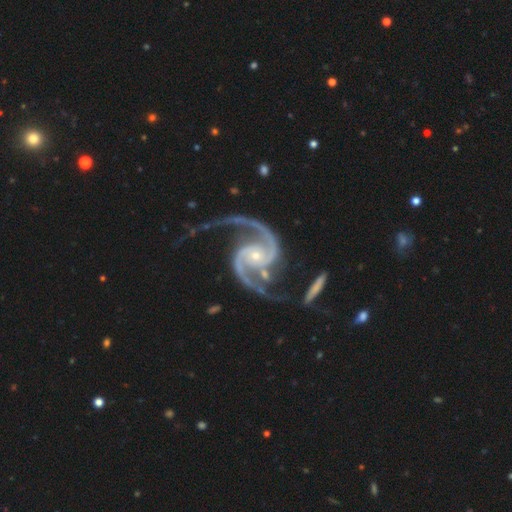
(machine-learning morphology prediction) Smooth or featured: featured or disk — 95% (star or artifact — 4%)
Edge-on disk: no — 98% (yes — 2%)
Bar: no — 62% (weak — 26%)
Spiral arms: yes — 99% (no — 1%)
Spiral winding: medium — 62% (loose — 23%)
Spiral arm count: 2 — 94% (3 — 2%)
Bulge size: small — 66% (moderate — 30%)
Merging: none — 58% (minor disturbance — 20%)